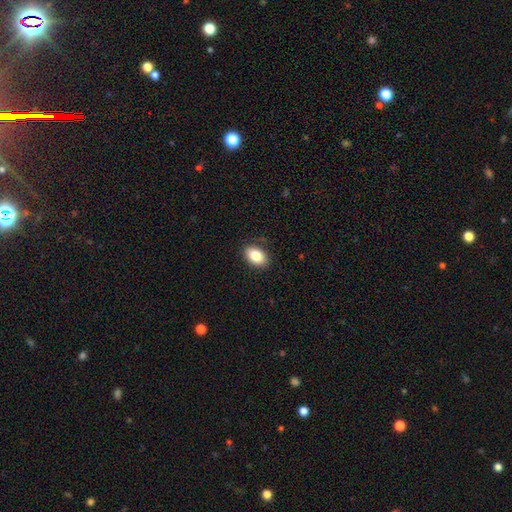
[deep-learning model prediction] The model was most divided on "how rounded": in between: 87%, round: 12%, cigar-shaped: 1%. More confident: merging — none (86%); smooth or featured — smooth (84%).